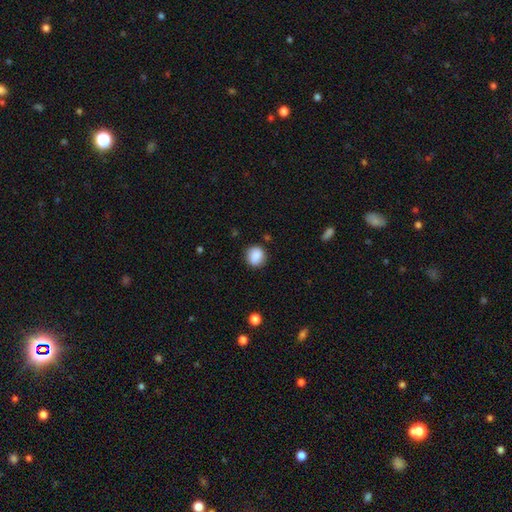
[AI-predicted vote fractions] Smooth or featured: smooth — 87% (star or artifact — 8%)
How rounded: round — 80% (in between — 19%)
Merging: none — 84% (minor disturbance — 11%)